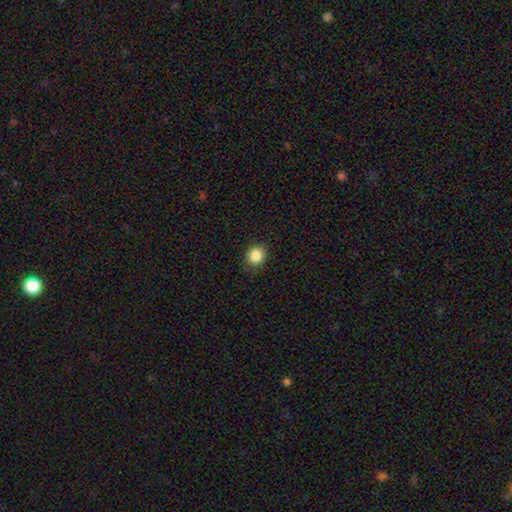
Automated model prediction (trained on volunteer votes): smooth 86%, star or artifact 10%, featured or disk 4%. Down the decision tree: how rounded — round (81%); merging — none (89%).